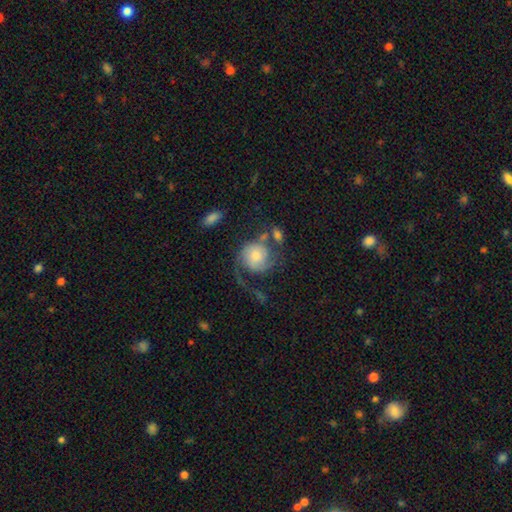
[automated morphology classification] Smooth or featured: featured or disk — 63% (smooth — 30%)
Edge-on disk: no — 98% (yes — 2%)
Bar: no — 75% (weak — 22%)
Spiral arms: yes — 89% (no — 11%)
Spiral winding: loose — 47% (medium — 35%)
Spiral arm count: 2 — 59% (1 — 24%)
Bulge size: moderate — 37% (small — 30%)
Merging: none — 37% (major disturbance — 34%)